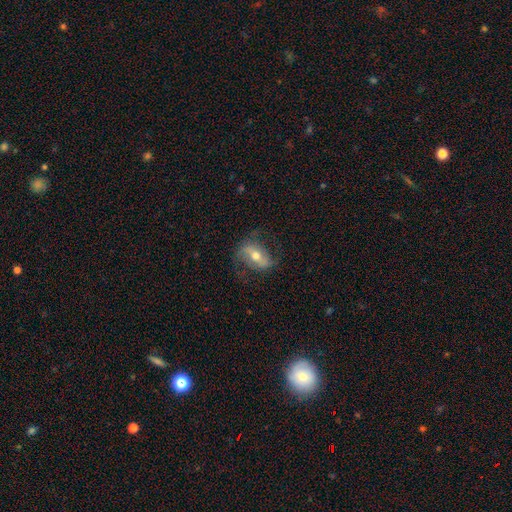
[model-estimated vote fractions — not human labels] smooth_or_featured: featured or disk (p=0.64) [alt: smooth p=0.29]
disk_edge_on: no (p=0.90) [alt: yes p=0.10]
bar: strong (p=0.43) [alt: weak p=0.31]
has_spiral_arms: yes (p=0.78) [alt: no p=0.22]
bulge_size: moderate (p=0.71) [alt: small p=0.21]
merging: none (p=0.69) [alt: minor disturbance p=0.19]